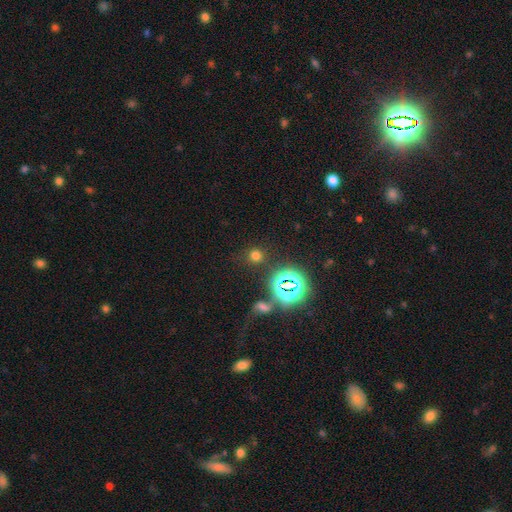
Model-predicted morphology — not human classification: smooth 62%, star or artifact 31%, featured or disk 7%. Down the decision tree: how rounded — round (88%); merging — none (81%).